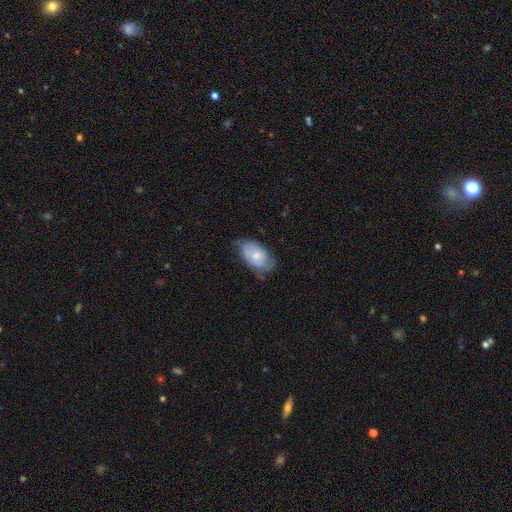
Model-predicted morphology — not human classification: smooth_or_featured: smooth (p=0.60) [alt: featured or disk p=0.34]
how_rounded: in between (p=0.92) [alt: round p=0.07]
merging: none (p=0.53) [alt: minor disturbance p=0.35]